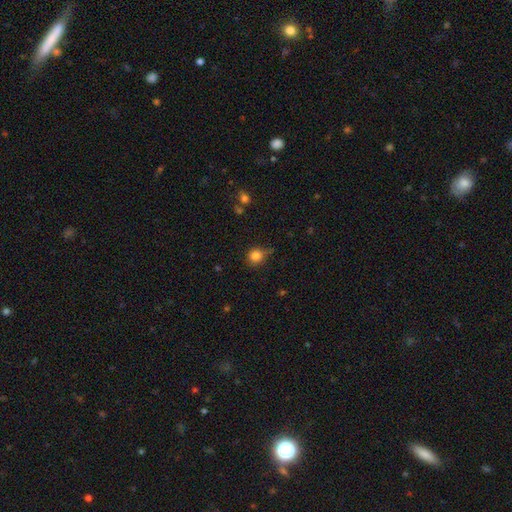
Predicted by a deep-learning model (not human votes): Morphology: type=smooth (84%); roundness=round (85%); merging=none (68%).